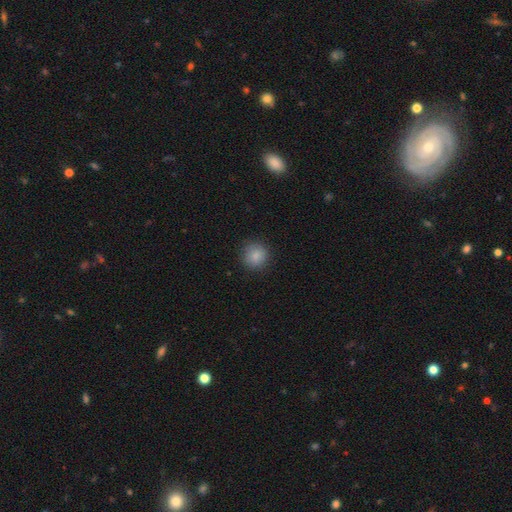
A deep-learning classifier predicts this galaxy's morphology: smooth 86%, star or artifact 9%, featured or disk 4%. Down the decision tree: how rounded — round (91%); merging — none (88%).